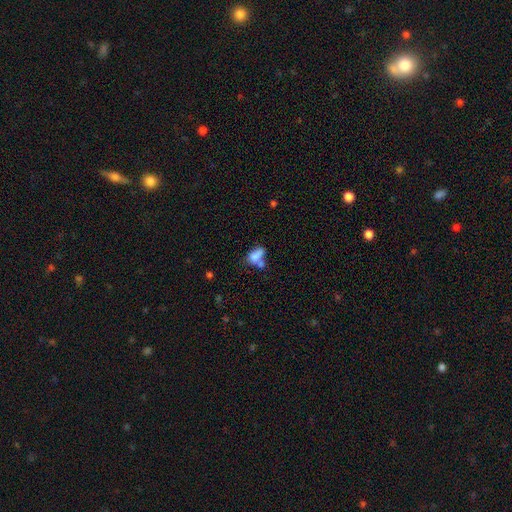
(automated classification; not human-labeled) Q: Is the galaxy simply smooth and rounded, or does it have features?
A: smooth — 76%.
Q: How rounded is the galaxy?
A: in between — 86%.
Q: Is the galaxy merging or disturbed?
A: merger — 46%.